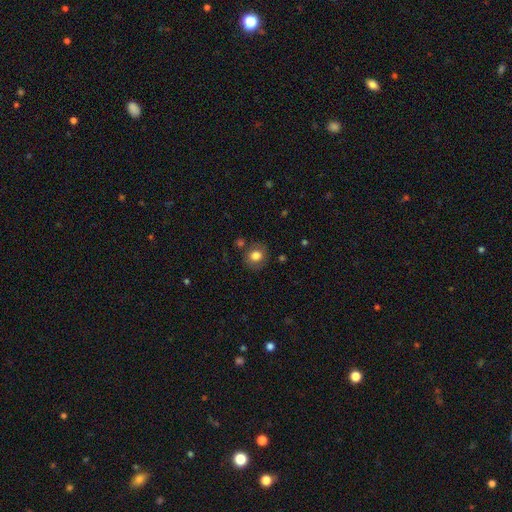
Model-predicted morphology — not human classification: Smooth or featured?
  - smooth: 74% *
  - featured or disk: 17%
  - star or artifact: 9%
How rounded?
  - round: 78% *
  - in between: 21%
  - cigar-shaped: 1%
Merging?
  - none: 78% *
  - minor disturbance: 13%
  - major disturbance: 4%
  - merger: 4%